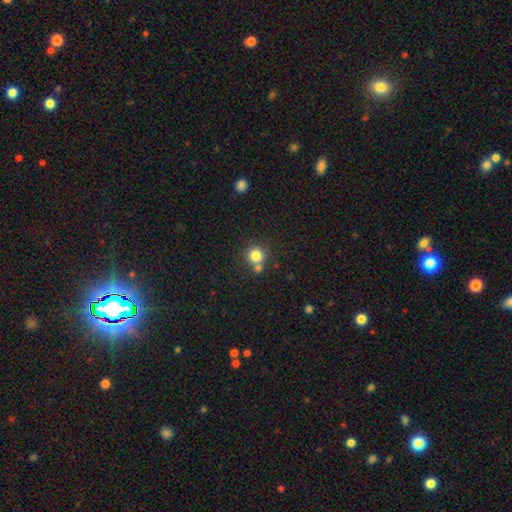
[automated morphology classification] Smooth or featured: smooth — 80% (star or artifact — 13%)
How rounded: round — 92% (in between — 7%)
Merging: none — 68% (merger — 22%)